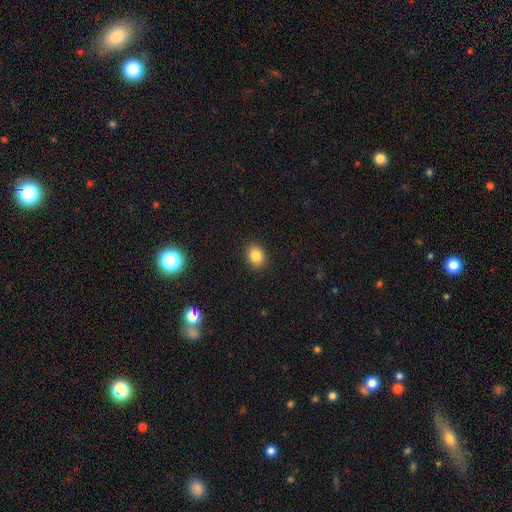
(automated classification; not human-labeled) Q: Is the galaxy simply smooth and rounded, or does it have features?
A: smooth — 84%.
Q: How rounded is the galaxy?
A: round — 52%.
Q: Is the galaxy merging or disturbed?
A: none — 90%.